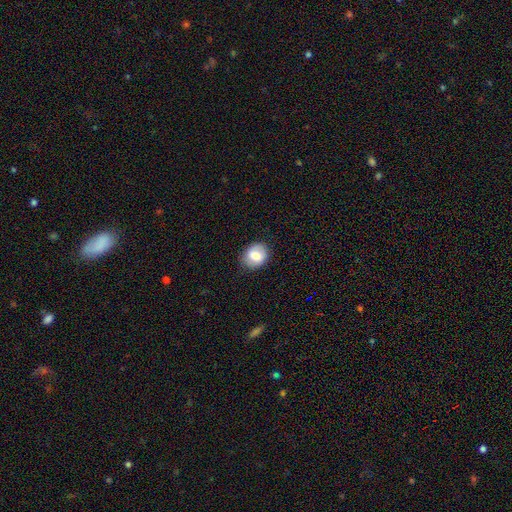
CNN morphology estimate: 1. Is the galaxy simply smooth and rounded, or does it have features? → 76% smooth, 16% featured or disk, 8% star or artifact.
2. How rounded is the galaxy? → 56% round, 43% in between, 1% cigar-shaped.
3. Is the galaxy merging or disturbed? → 82% none, 14% minor disturbance, 3% major disturbance, 1% merger.